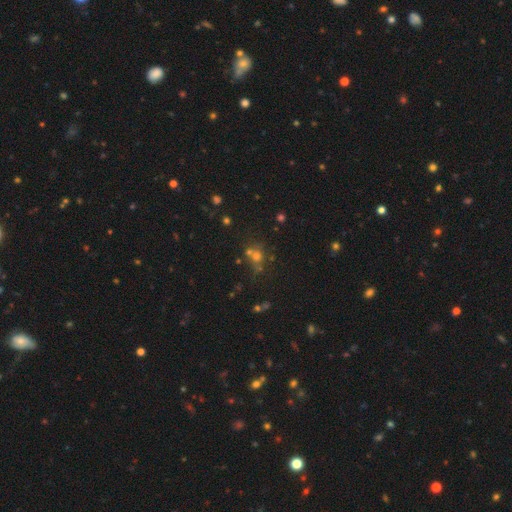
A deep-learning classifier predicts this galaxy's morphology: This is possibly a smooth galaxy (48%). Merging: possibly none (55%).